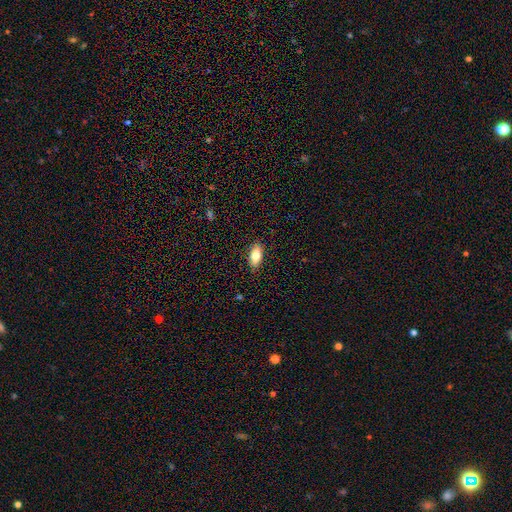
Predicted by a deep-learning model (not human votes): Smooth or featured? Predicted: smooth (p=0.79). How rounded? Predicted: in between (p=0.85). Merging? Predicted: none (p=0.88).